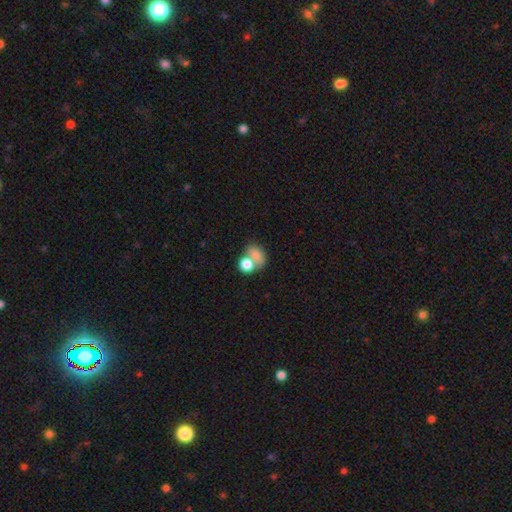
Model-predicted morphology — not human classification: smooth-or-featured: smooth: 76% | featured or disk: 12% | star or artifact: 11%
  how-rounded: in between: 55% | round: 43% | cigar-shaped: 2%
  merging: merger: 51% | none: 31% | minor disturbance: 10% | major disturbance: 8%